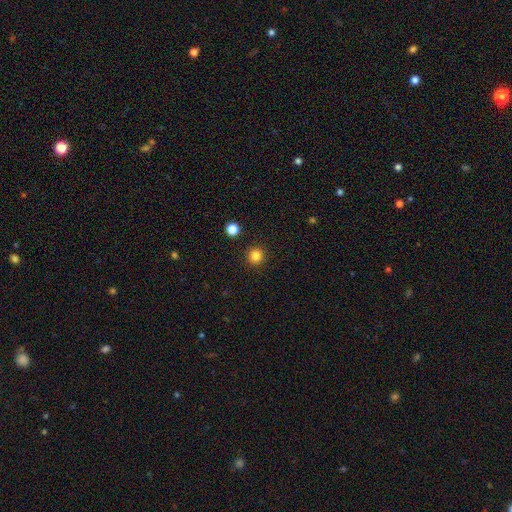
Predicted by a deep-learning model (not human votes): Smooth or featured? smooth (83%)
How rounded? round (95%)
Merging? none (93%)